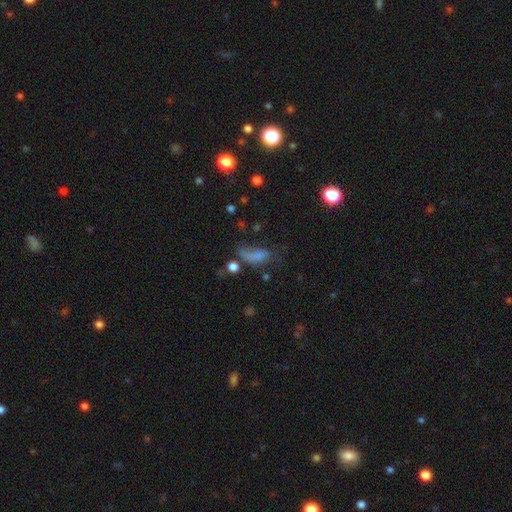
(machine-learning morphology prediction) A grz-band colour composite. It shows a smooth galaxy with no disk features (61%) that is in between round and cigar-shaped (77%). Merging: major disturbance (36%).